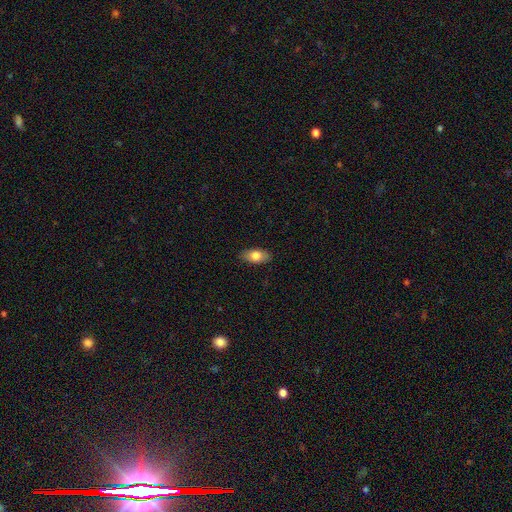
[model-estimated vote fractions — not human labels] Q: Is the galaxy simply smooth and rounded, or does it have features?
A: smooth — 80%.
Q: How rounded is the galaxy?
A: in between — 90%.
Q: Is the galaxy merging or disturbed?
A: none — 88%.